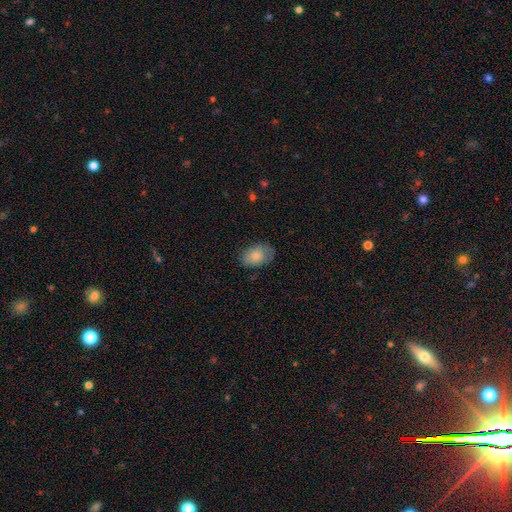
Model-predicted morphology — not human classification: Smooth or featured: smooth — 81% (featured or disk — 12%)
How rounded: in between — 84% (round — 15%)
Merging: none — 71% (minor disturbance — 22%)